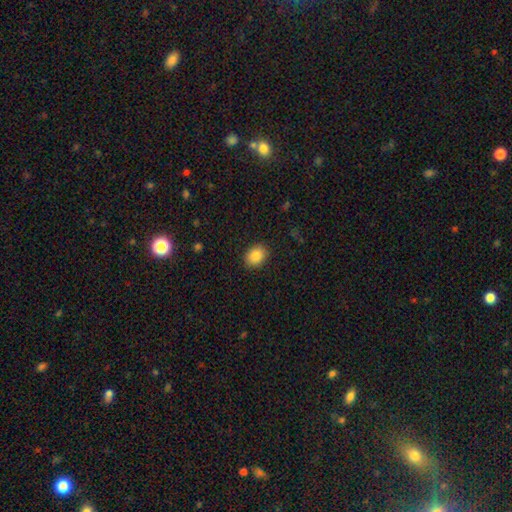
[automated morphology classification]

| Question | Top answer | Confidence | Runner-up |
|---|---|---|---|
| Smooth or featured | smooth | 86% | star or artifact (8%) |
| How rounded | in between | 58% | round (41%) |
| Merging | none | 89% | minor disturbance (8%) |